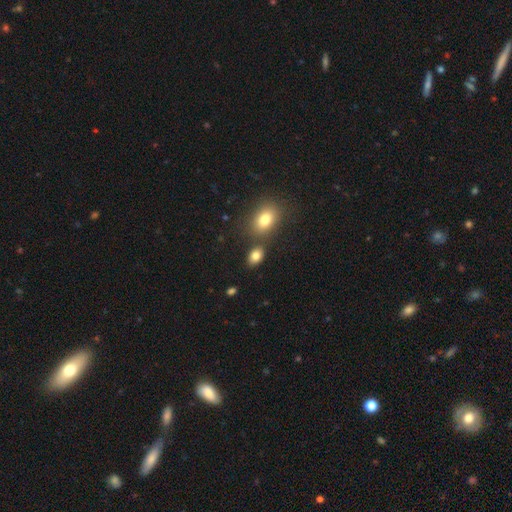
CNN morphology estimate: A smooth galaxy with no disk features (82%) that is in between round and cigar-shaped (80%).

Vote fractions:
- Smooth or featured? smooth: 82% / star or artifact: 10% / featured or disk: 8%
- How rounded? in between: 80% / round: 19% / cigar-shaped: 1%
- Merging? none: 72% / merger: 13% / minor disturbance: 11% / major disturbance: 3%